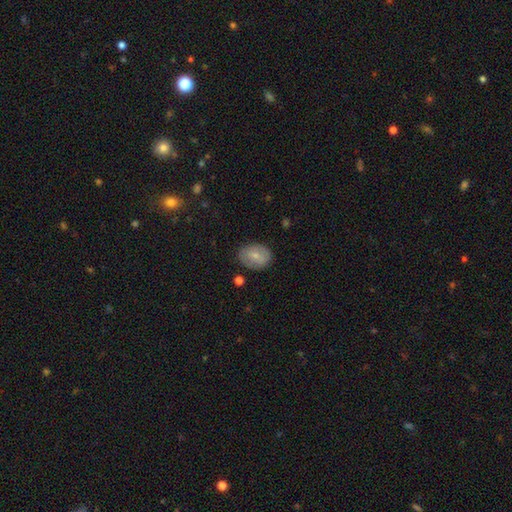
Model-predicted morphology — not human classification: type=smooth (65%); roundness=in between (70%); merging=none (81%).